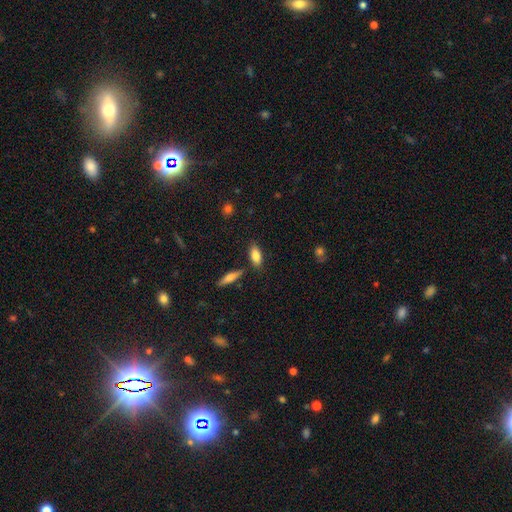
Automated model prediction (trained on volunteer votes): smooth_or_featured: smooth (p=0.81) [alt: featured or disk p=0.12]
how_rounded: in between (p=0.79) [alt: cigar-shaped p=0.18]
merging: none (p=0.79) [alt: minor disturbance p=0.12]